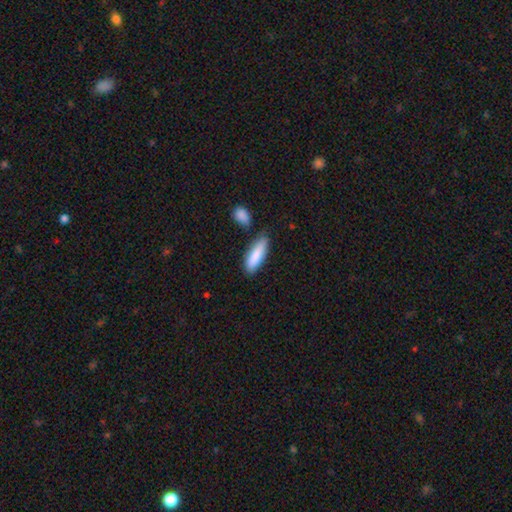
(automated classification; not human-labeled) smooth_or_featured: smooth (p=0.83) [alt: featured or disk p=0.11]
how_rounded: in between (p=0.52) [alt: cigar-shaped p=0.46]
merging: none (p=0.69) [alt: minor disturbance p=0.18]